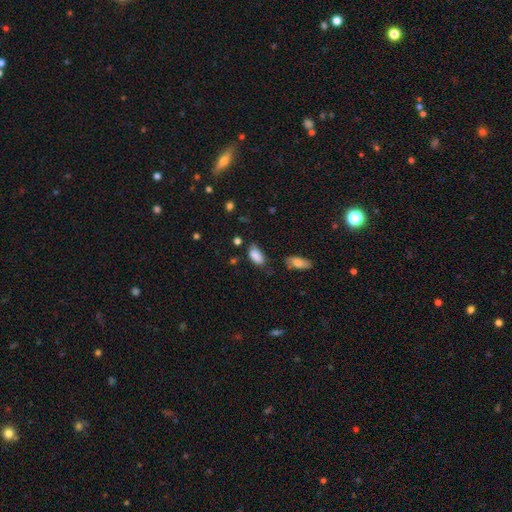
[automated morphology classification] The model was most divided on "merging": none: 57%, minor disturbance: 30%, major disturbance: 8%, merger: 5%. More confident: how rounded — in between (91%); smooth or featured — smooth (85%).